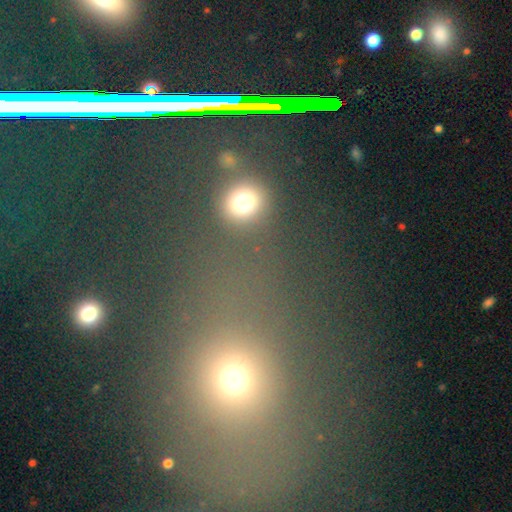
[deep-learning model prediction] The model was most divided on "smooth or featured": star or artifact: 47%, smooth: 43%, featured or disk: 10%.